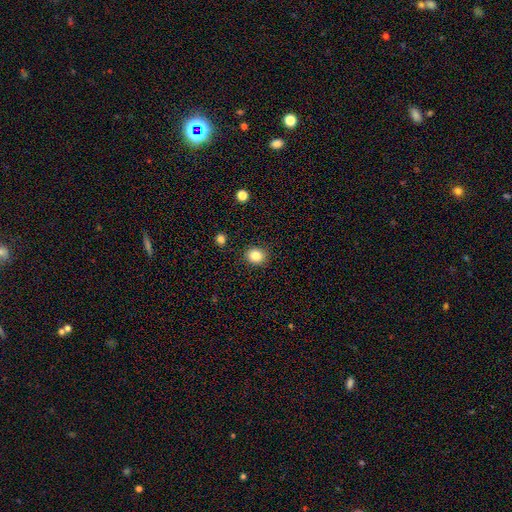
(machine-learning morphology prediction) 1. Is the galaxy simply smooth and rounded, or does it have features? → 83% smooth, 11% star or artifact, 6% featured or disk.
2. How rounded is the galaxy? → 76% round, 23% in between, 1% cigar-shaped.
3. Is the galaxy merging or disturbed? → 89% none, 7% minor disturbance, 2% major disturbance, 1% merger.